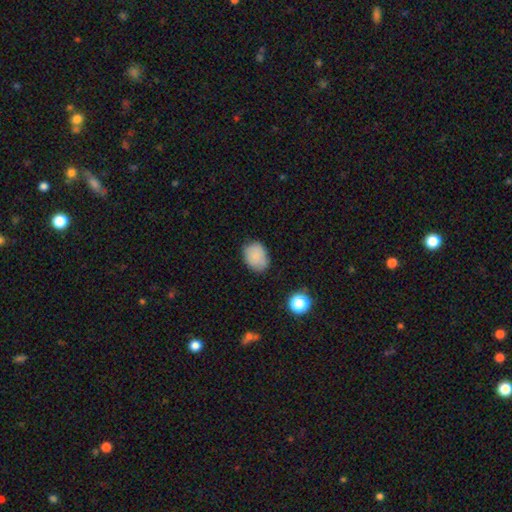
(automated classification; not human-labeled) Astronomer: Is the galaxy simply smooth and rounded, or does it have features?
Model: smooth — 85%.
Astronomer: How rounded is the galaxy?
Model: in between — 65%.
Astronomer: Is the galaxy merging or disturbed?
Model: none — 76%.